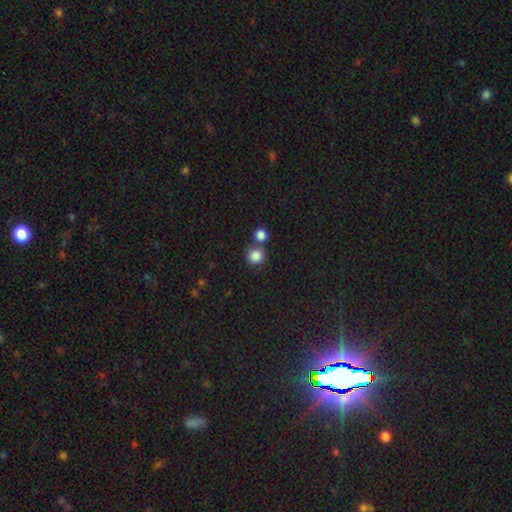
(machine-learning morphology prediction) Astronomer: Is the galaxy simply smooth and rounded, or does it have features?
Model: smooth — 85%.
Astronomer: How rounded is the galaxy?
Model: round — 91%.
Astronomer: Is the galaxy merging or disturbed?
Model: none — 64%.